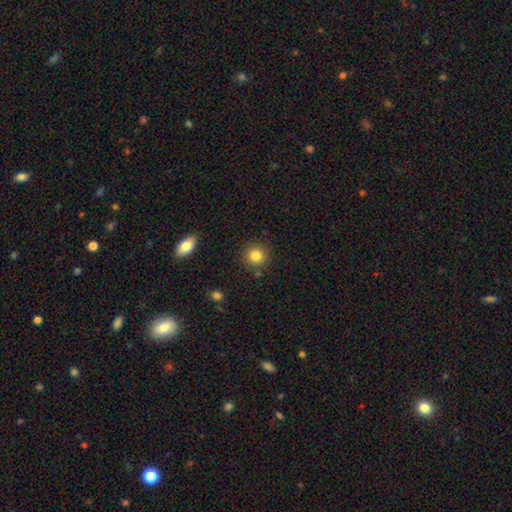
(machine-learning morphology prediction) smooth_or_featured: smooth (p=0.84) [alt: star or artifact p=0.10]
how_rounded: round (p=0.91) [alt: in between p=0.08]
merging: none (p=0.86) [alt: minor disturbance p=0.08]